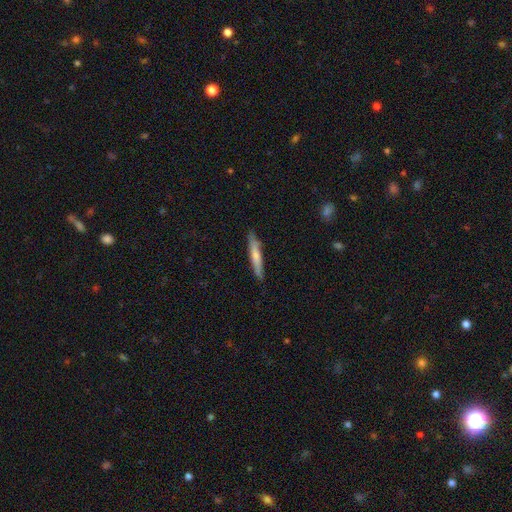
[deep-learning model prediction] Q: Smooth or featured?
A: smooth (62%); runner-up: featured or disk (33%)
Q: How rounded?
A: cigar-shaped (93%); runner-up: in between (5%)
Q: Merging?
A: none (86%); runner-up: minor disturbance (10%)